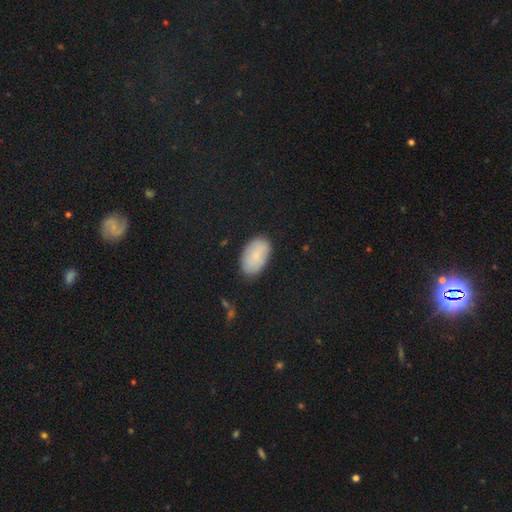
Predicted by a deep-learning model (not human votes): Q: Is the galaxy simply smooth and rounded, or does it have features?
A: smooth — 76%.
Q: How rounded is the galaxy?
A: in between — 94%.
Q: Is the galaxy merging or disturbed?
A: none — 84%.